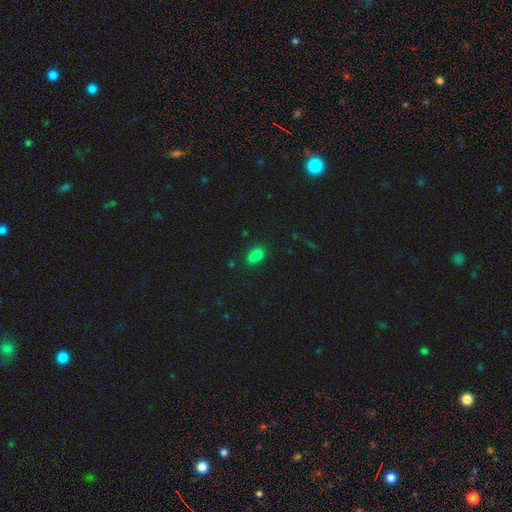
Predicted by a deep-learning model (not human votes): This is likely a smooth galaxy (77%). How rounded: clearly in between (82%). Merging: possibly none (58%).